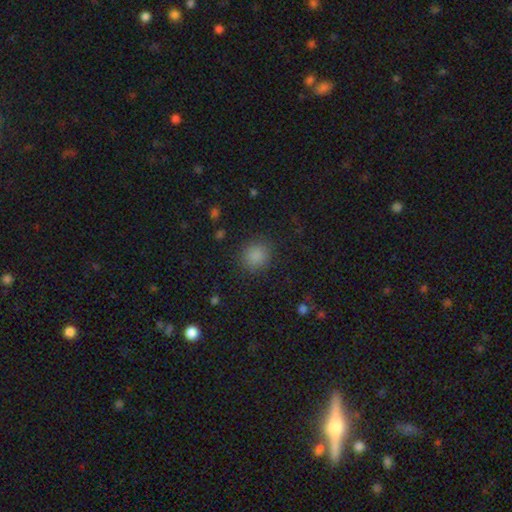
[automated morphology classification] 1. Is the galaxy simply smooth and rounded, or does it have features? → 85% smooth, 12% star or artifact, 4% featured or disk.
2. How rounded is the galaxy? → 83% round, 16% in between, 1% cigar-shaped.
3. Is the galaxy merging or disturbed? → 88% none, 8% minor disturbance, 3% major disturbance, 1% merger.